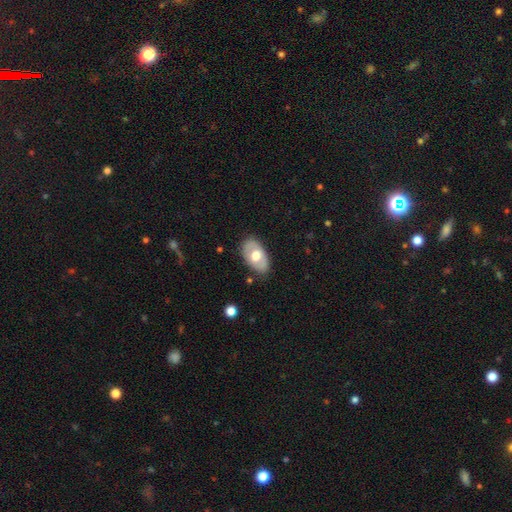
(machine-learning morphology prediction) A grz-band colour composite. It shows a smooth galaxy with no disk features (53%) that is in between round and cigar-shaped (91%). Merging: none (80%).